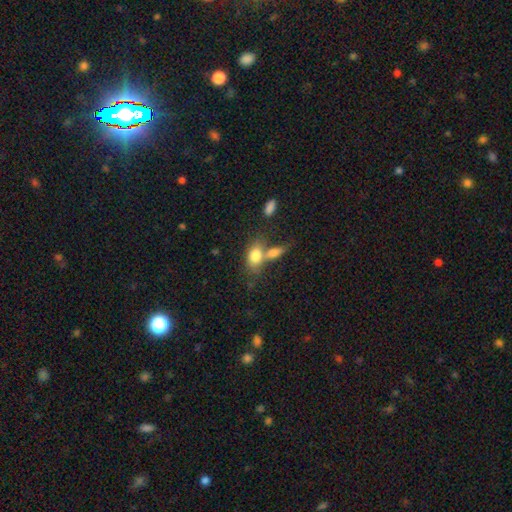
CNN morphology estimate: Smooth or featured? Predicted: smooth (p=0.77). How rounded? Predicted: in between (p=0.79). Merging? Predicted: merger (p=0.52).